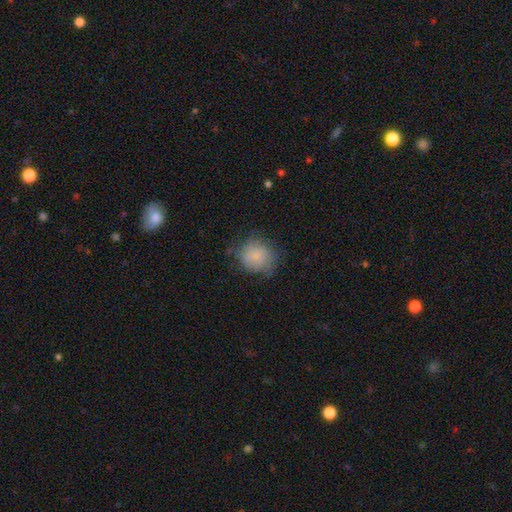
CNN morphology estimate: A smooth galaxy with no disk features (76%) that is round (81%).

Vote fractions:
- Smooth or featured? smooth: 76% / featured or disk: 15% / star or artifact: 9%
- How rounded? round: 81% / in between: 18% / cigar-shaped: 1%
- Merging? none: 62% / minor disturbance: 27% / major disturbance: 10% / merger: 2%